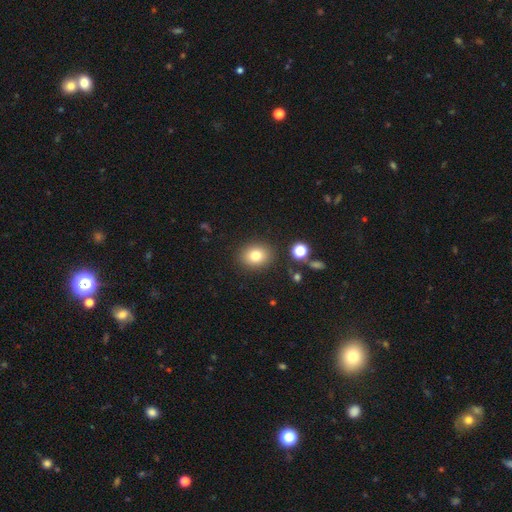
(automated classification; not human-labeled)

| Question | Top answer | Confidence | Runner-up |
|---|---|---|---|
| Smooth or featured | smooth | 79% | star or artifact (12%) |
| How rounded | round | 56% | in between (43%) |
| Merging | none | 86% | minor disturbance (8%) |